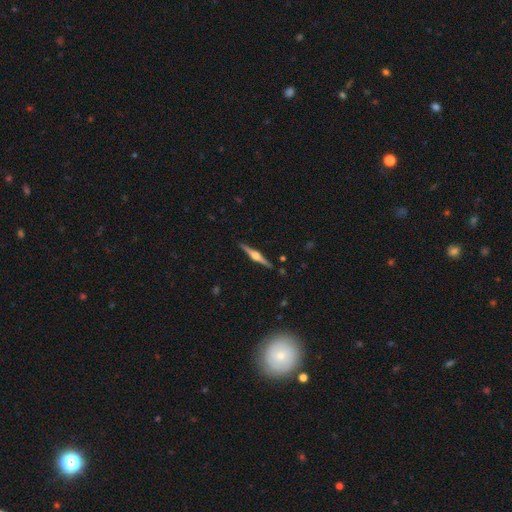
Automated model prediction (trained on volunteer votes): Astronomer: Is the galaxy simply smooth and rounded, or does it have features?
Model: featured or disk — 82%.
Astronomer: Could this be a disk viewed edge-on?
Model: yes — 99%.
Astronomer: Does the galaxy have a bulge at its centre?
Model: rounded — 95%.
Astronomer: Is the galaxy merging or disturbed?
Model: none — 92%.